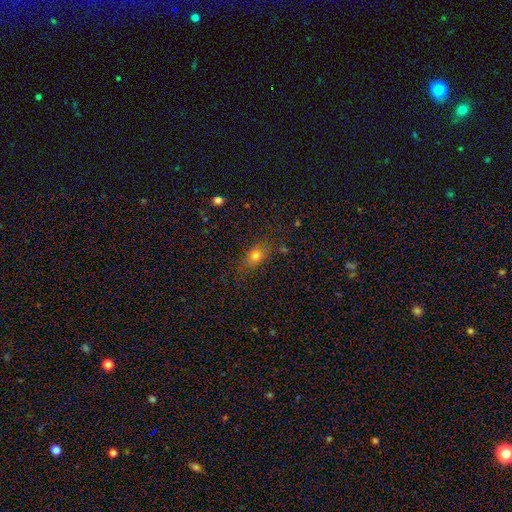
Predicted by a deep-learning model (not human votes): Morphology: type=smooth (76%); roundness=in between (67%); merging=none (77%).